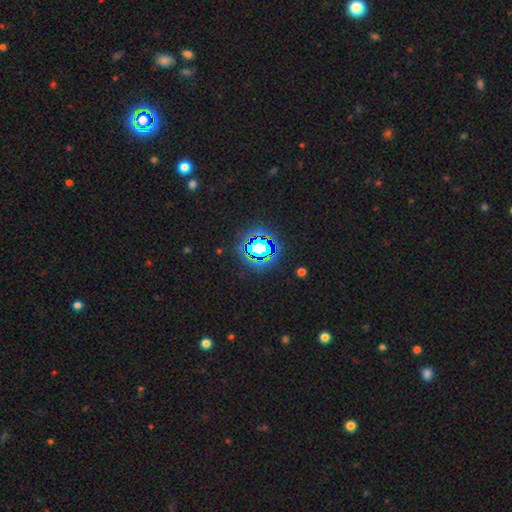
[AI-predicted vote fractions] A star or artifact, not a galaxy (83%).

Vote fractions:
- Smooth or featured? star or artifact: 83% / smooth: 11% / featured or disk: 6%